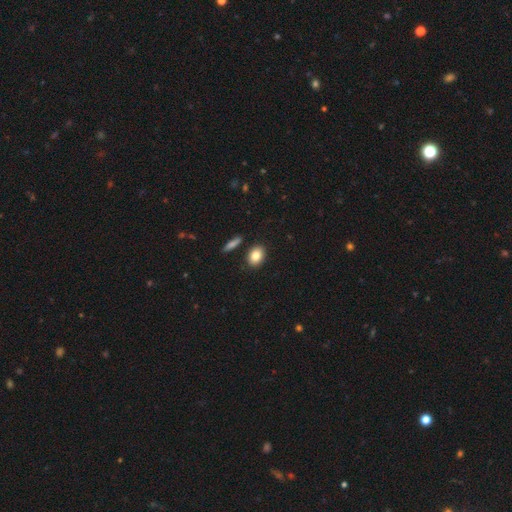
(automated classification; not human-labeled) Smooth or featured?
  - smooth: 84% *
  - featured or disk: 8%
  - star or artifact: 8%
How rounded?
  - in between: 73% *
  - round: 25%
  - cigar-shaped: 2%
Merging?
  - none: 85% *
  - minor disturbance: 8%
  - merger: 4%
  - major disturbance: 2%